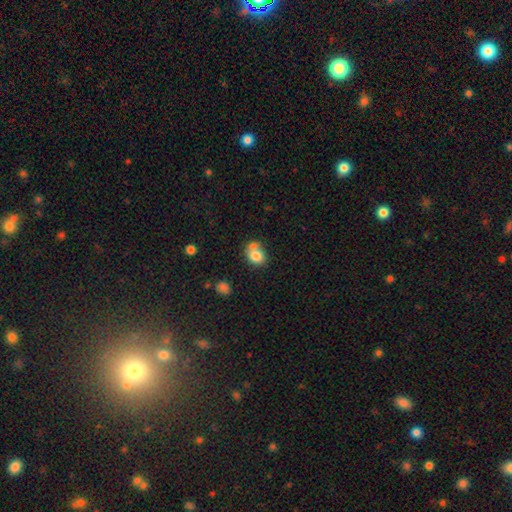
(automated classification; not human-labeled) A smooth galaxy with no disk features (78%) that is round (53%). Merging: merger (45%).